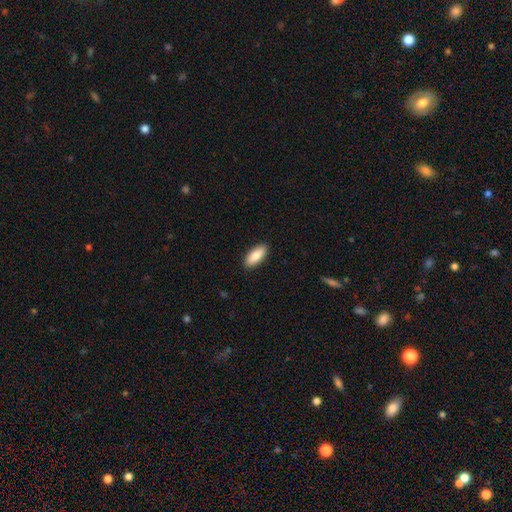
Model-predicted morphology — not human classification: smooth_or_featured: smooth (p=0.84) [alt: featured or disk p=0.10]
how_rounded: in between (p=0.83) [alt: cigar-shaped p=0.16]
merging: none (p=0.90) [alt: minor disturbance p=0.07]